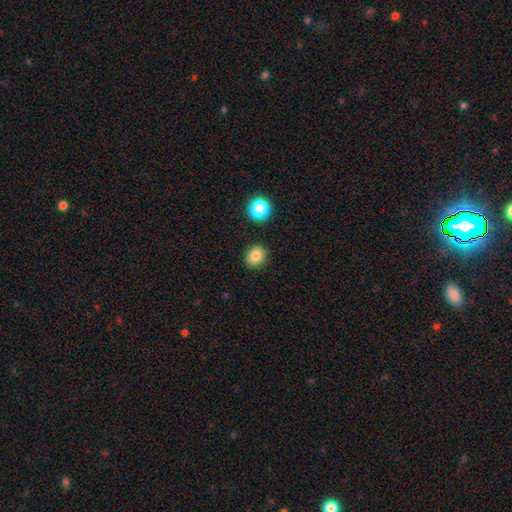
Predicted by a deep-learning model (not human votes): smooth_or_featured: smooth (p=0.82) [alt: star or artifact p=0.11]
how_rounded: round (p=0.68) [alt: in between p=0.31]
merging: none (p=0.88) [alt: minor disturbance p=0.08]